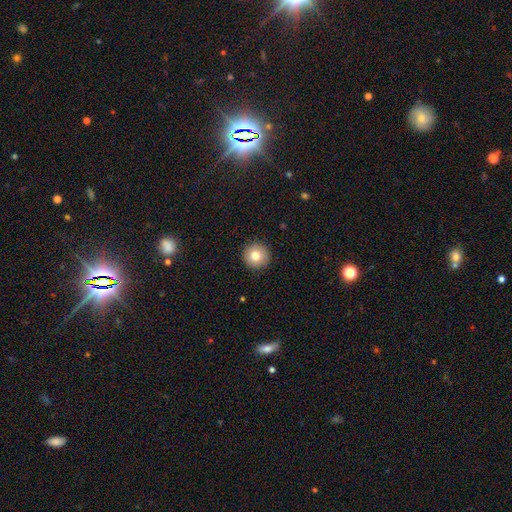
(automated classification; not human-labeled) Morphology: type=smooth (78%); roundness=round (96%); merging=none (93%).